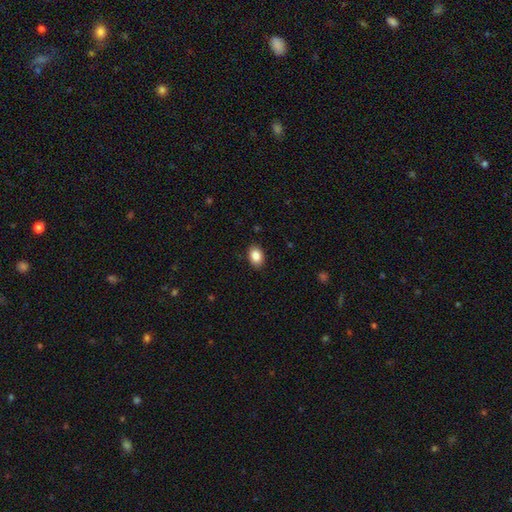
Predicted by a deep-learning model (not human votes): Overall: smooth (87%). How rounded: in between (79%). Merging: none (89%).